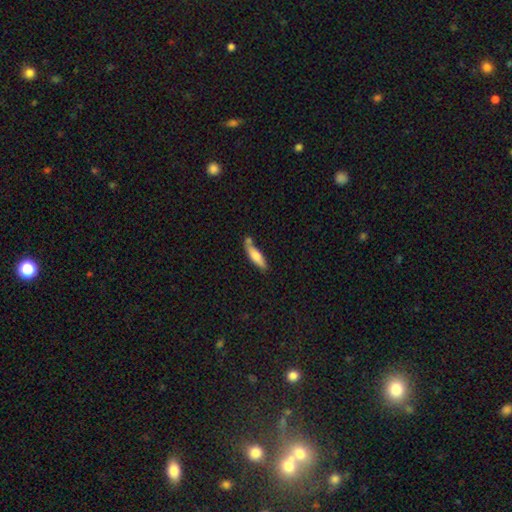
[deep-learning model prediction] Smooth or featured? Predicted: smooth (p=0.73). How rounded? Predicted: cigar-shaped (p=0.62). Merging? Predicted: none (p=0.53).